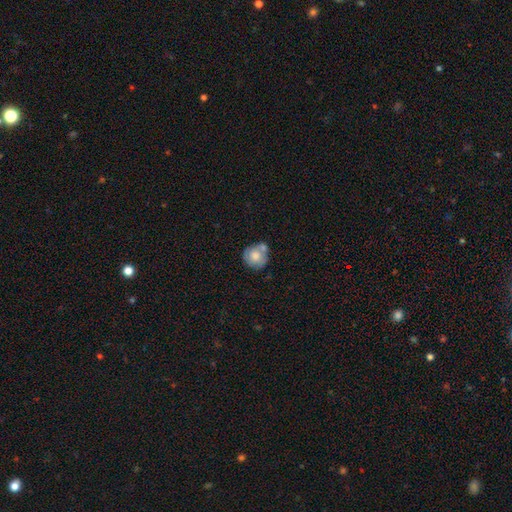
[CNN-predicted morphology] smooth_or_featured: smooth (p=0.71) [alt: featured or disk p=0.23]
how_rounded: round (p=0.87) [alt: in between p=0.12]
merging: none (p=0.48) [alt: merger p=0.28]